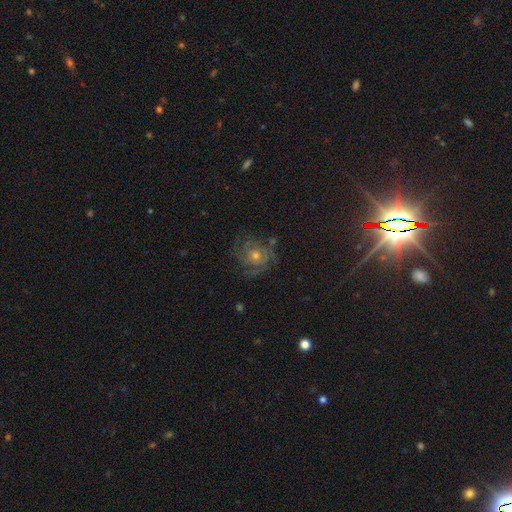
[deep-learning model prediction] Smooth or featured? Predicted: featured or disk (p=0.62). Edge-on disk? Predicted: no (p=0.97). Bar? Predicted: no (p=0.79). Spiral arms? Predicted: yes (p=0.89). Spiral winding? Predicted: tight (p=0.59). Spiral arm count? Predicted: can't tell (p=0.38). Bulge size? Predicted: moderate (p=0.58). Merging? Predicted: none (p=0.73).